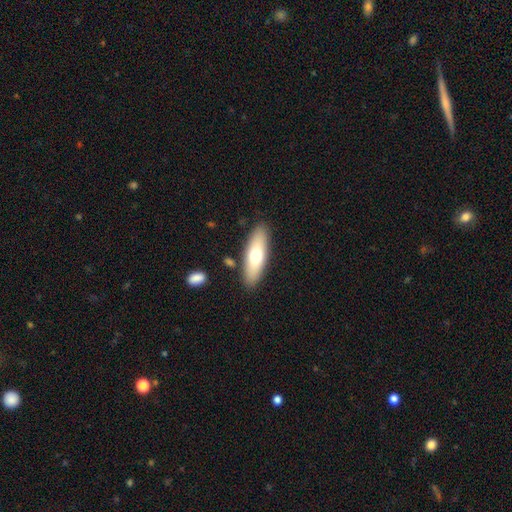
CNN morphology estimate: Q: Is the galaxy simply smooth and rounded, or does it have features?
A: smooth — 65%.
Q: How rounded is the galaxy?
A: in between — 53%.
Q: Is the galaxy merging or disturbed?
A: none — 86%.